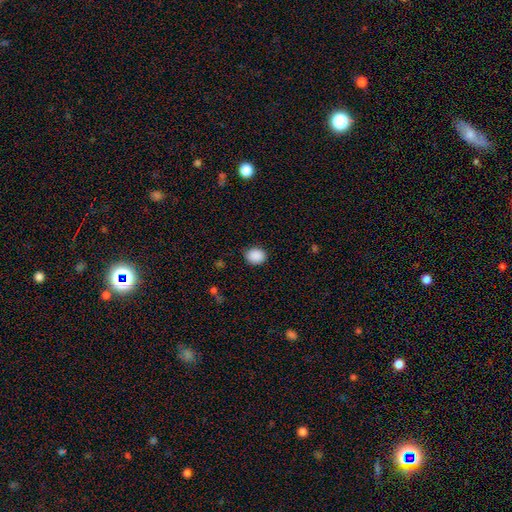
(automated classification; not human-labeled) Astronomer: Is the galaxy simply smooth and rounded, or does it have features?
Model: smooth — 89%.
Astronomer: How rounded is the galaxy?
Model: round — 52% (runner-up: in between, 47%).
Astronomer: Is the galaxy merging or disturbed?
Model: none — 86%.